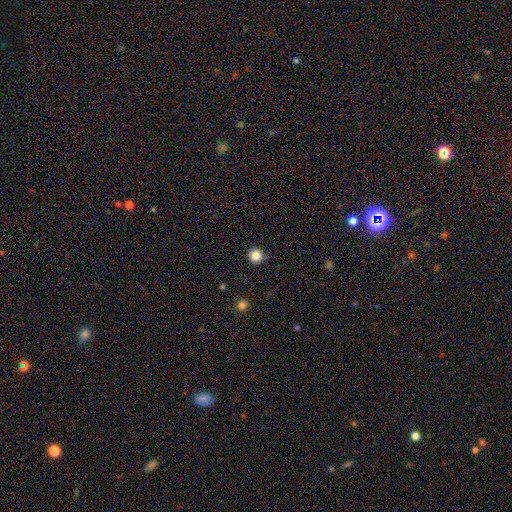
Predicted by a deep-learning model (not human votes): Smooth or featured?
  - smooth: 85% *
  - star or artifact: 11%
  - featured or disk: 4%
How rounded?
  - round: 93% *
  - in between: 6%
  - cigar-shaped: 1%
Merging?
  - none: 90% *
  - minor disturbance: 7%
  - major disturbance: 2%
  - merger: 1%